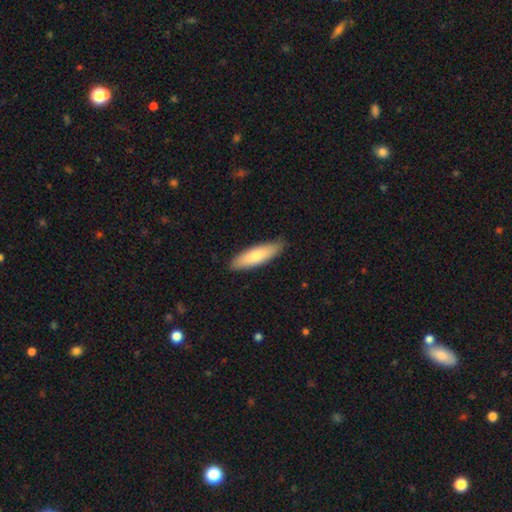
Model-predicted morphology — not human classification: Q: Smooth or featured?
A: smooth (76%); runner-up: featured or disk (19%)
Q: How rounded?
A: cigar-shaped (57%); runner-up: in between (41%)
Q: Merging?
A: none (85%); runner-up: minor disturbance (12%)